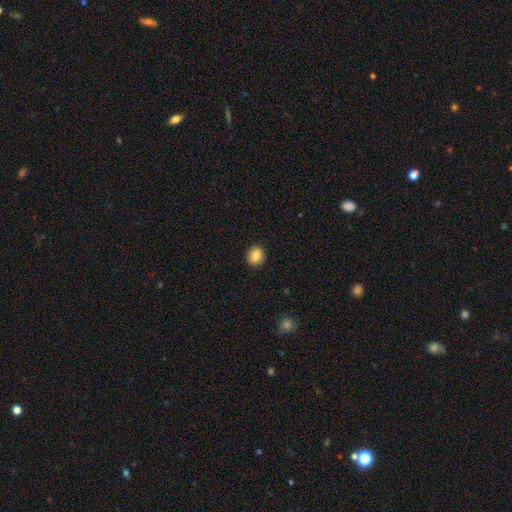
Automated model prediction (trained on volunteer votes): Q: Smooth or featured?
A: smooth (84%); runner-up: star or artifact (9%)
Q: How rounded?
A: round (81%); runner-up: in between (18%)
Q: Merging?
A: none (92%); runner-up: minor disturbance (6%)